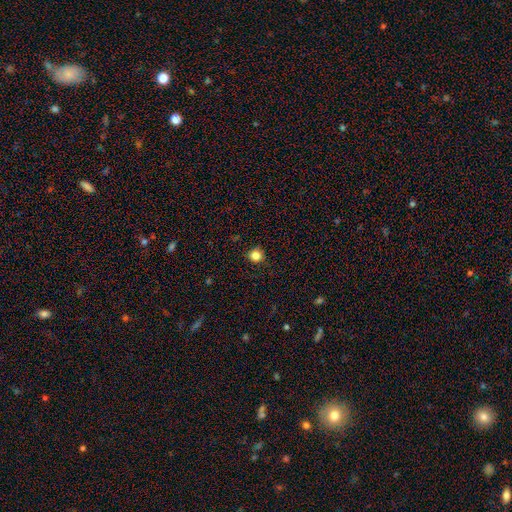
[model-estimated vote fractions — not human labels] This is clearly a smooth galaxy (84%). How rounded: clearly round (92%). Merging: clearly none (90%).